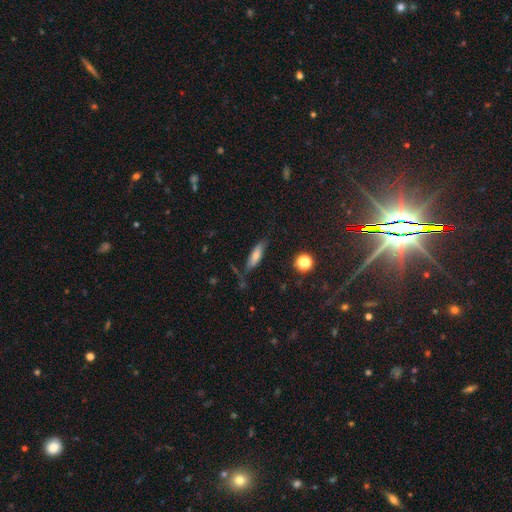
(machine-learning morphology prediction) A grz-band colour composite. It shows a smooth galaxy with no disk features (65%) that is cigar-shaped (56%). Merging: none (64%).